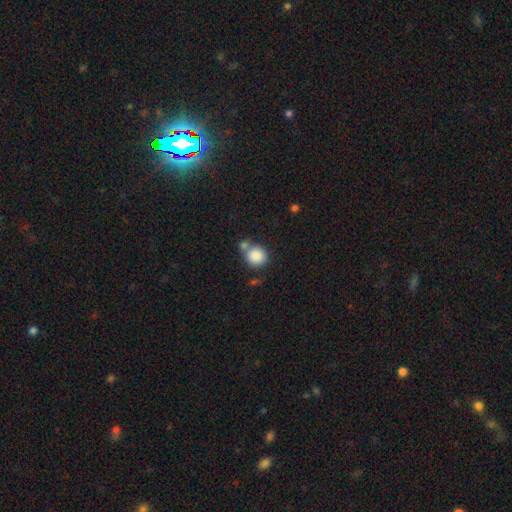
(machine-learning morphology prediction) The model was most divided on "merging": none: 56%, merger: 27%, minor disturbance: 12%, major disturbance: 5%. More confident: how rounded — round (87%); smooth or featured — smooth (86%).